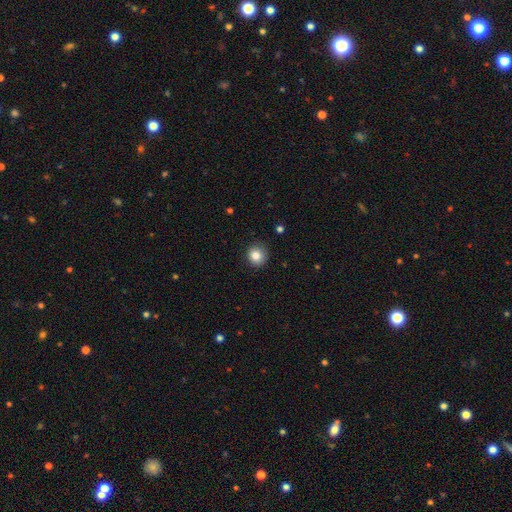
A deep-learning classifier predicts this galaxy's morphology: This is clearly a smooth galaxy (83%). How rounded: clearly round (88%). Merging: clearly none (86%).